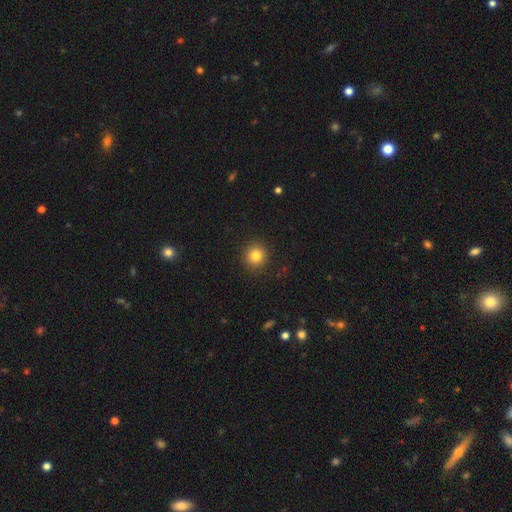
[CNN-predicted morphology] A smooth galaxy with no disk features (83%) that is round (91%).

Vote fractions:
- Smooth or featured? smooth: 83% / star or artifact: 11% / featured or disk: 6%
- How rounded? round: 91% / in between: 8% / cigar-shaped: 1%
- Merging? none: 91% / minor disturbance: 6% / major disturbance: 2% / merger: 1%